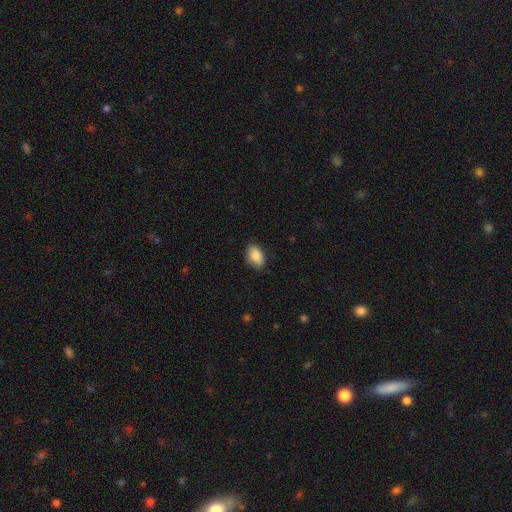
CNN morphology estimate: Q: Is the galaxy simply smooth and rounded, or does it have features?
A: smooth — 89%.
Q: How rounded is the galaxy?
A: in between — 89%.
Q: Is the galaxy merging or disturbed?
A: none — 81%.